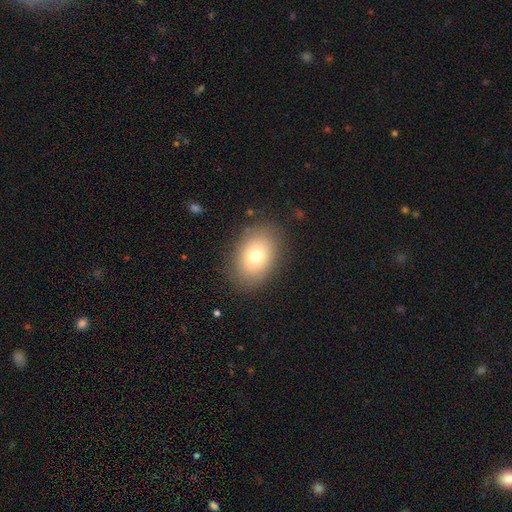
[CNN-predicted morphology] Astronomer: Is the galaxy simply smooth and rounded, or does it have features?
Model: smooth — 73%.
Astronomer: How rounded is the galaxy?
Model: in between — 79%.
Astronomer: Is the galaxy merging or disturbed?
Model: none — 84%.